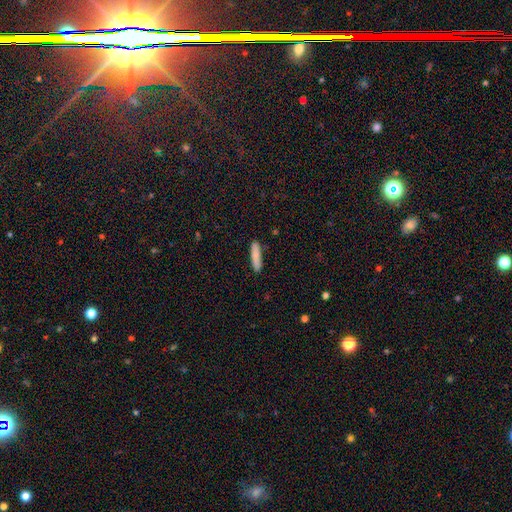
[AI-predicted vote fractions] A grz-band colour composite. It shows a smooth galaxy with no disk features (84%) that is cigar-shaped (81%). Merging: none (86%).